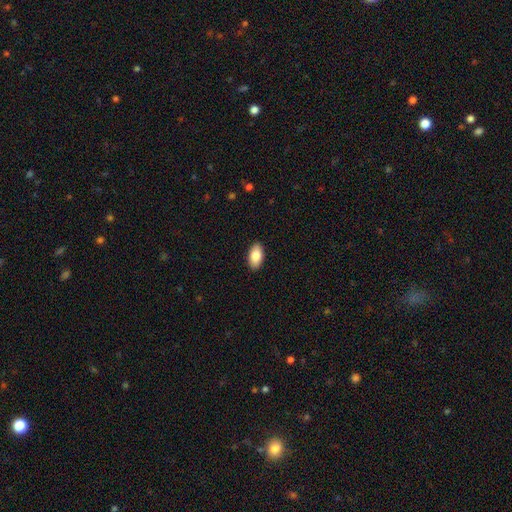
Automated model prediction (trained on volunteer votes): smooth-or-featured: smooth: 83% | featured or disk: 10% | star or artifact: 7%
  how-rounded: in between: 94% | round: 3% | cigar-shaped: 3%
  merging: none: 90% | minor disturbance: 7% | major disturbance: 2% | merger: 1%